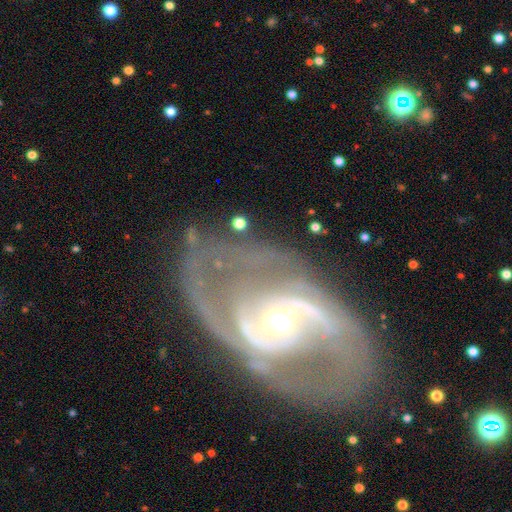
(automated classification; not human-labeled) smooth_or_featured: featured or disk (p=0.88) [alt: smooth p=0.06]
disk_edge_on: no (p=0.95) [alt: yes p=0.05]
bar: no (p=0.40) [alt: weak p=0.34]
has_spiral_arms: yes (p=0.92) [alt: no p=0.08]
spiral_winding: medium (p=0.47) [alt: tight p=0.32]
spiral_arm_count: 2 (p=0.76) [alt: can't tell p=0.09]
bulge_size: moderate (p=0.61) [alt: small p=0.30]
merging: none (p=0.65) [alt: minor disturbance p=0.17]